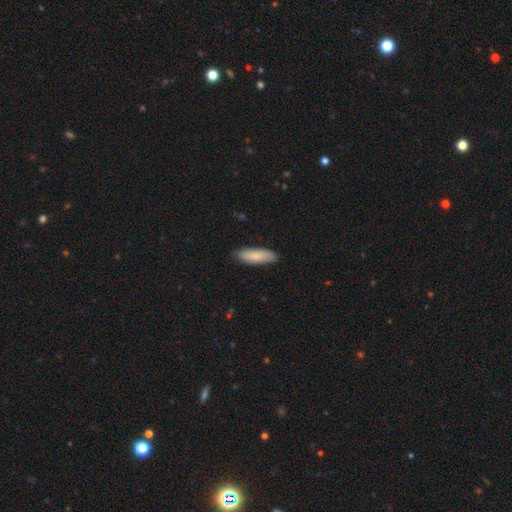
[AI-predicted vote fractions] Overall: smooth (86%). How rounded: cigar-shaped (52%; in between 46%). Merging: none (86%).